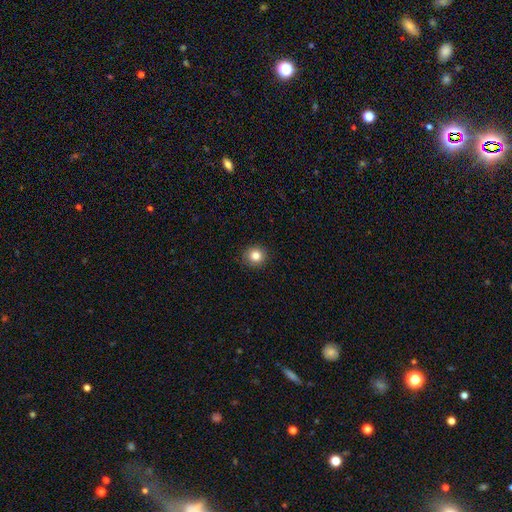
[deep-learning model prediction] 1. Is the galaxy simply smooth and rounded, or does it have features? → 83% smooth, 11% star or artifact, 6% featured or disk.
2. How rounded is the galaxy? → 92% round, 7% in between, 1% cigar-shaped.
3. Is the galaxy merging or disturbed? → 92% none, 6% minor disturbance, 2% major disturbance, 1% merger.